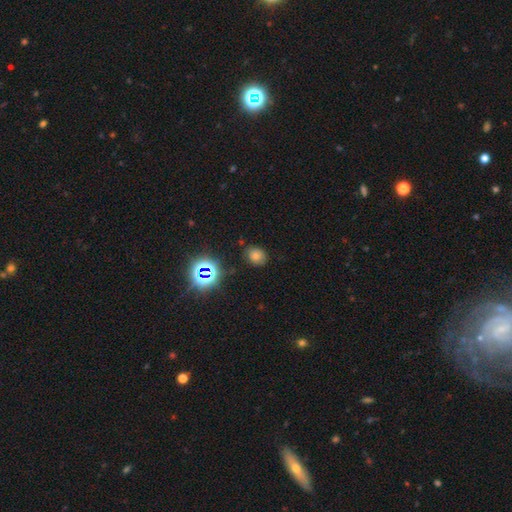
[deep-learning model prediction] Q: Smooth or featured?
A: smooth (60%); runner-up: star or artifact (31%)
Q: How rounded?
A: round (66%); runner-up: in between (33%)
Q: Merging?
A: none (82%); runner-up: minor disturbance (12%)